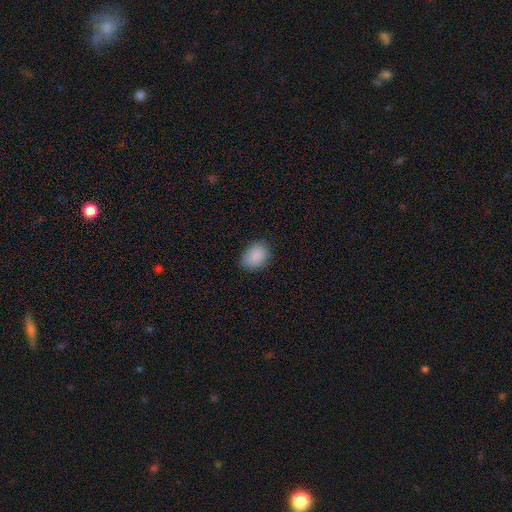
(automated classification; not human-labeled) Smooth or featured? Predicted: smooth (p=0.89). How rounded? Predicted: in between (p=0.65). Merging? Predicted: none (p=0.83).